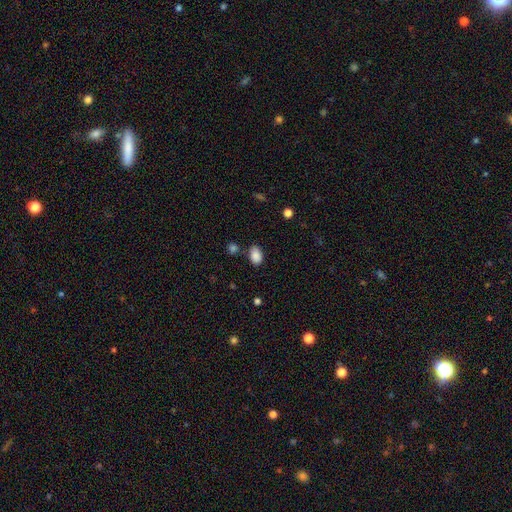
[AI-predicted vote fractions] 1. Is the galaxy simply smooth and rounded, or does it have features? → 88% smooth, 9% star or artifact, 4% featured or disk.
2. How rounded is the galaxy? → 86% in between, 13% round, 1% cigar-shaped.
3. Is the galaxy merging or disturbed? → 77% none, 14% minor disturbance, 6% merger, 4% major disturbance.